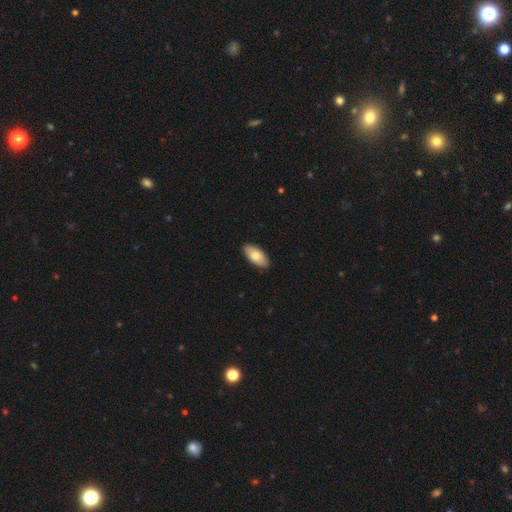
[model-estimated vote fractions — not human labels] Q: Smooth or featured?
A: smooth (76%); runner-up: featured or disk (18%)
Q: How rounded?
A: in between (92%); runner-up: cigar-shaped (6%)
Q: Merging?
A: none (89%); runner-up: minor disturbance (8%)